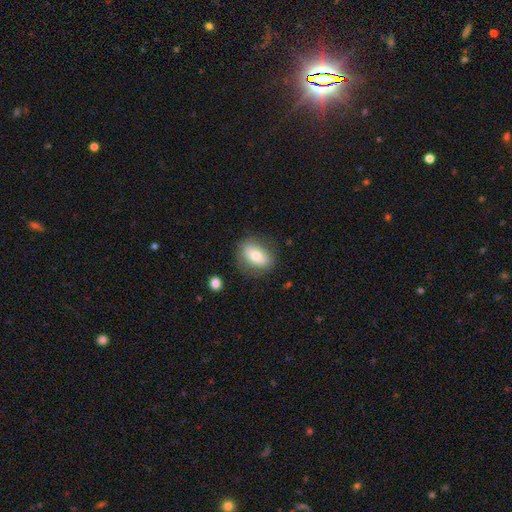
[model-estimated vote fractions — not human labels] Smooth or featured? smooth (69%)
How rounded? in between (79%)
Merging? none (80%)